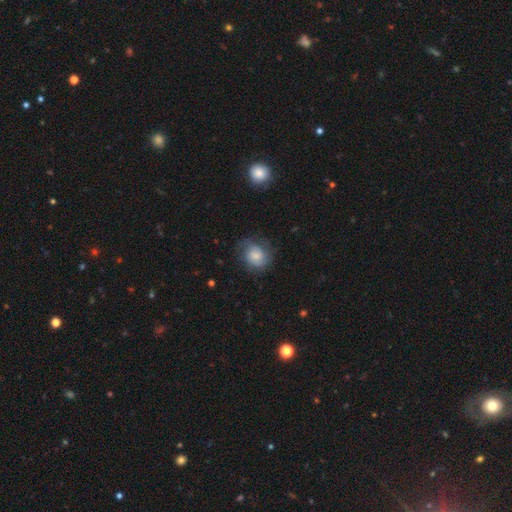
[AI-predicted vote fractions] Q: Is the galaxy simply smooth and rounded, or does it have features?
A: smooth — 55%.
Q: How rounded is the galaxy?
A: round — 71%.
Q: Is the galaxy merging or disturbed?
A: none — 62%.